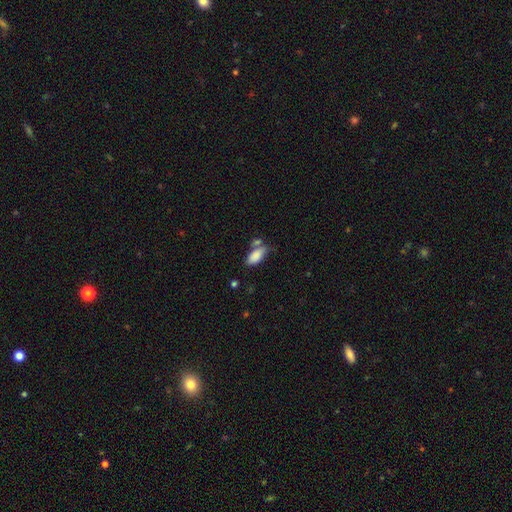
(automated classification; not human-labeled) Smooth or featured?
  - smooth: 84% *
  - featured or disk: 8%
  - star or artifact: 8%
How rounded?
  - in between: 89% *
  - cigar-shaped: 9%
  - round: 3%
Merging?
  - none: 47% *
  - merger: 25%
  - minor disturbance: 21%
  - major disturbance: 7%